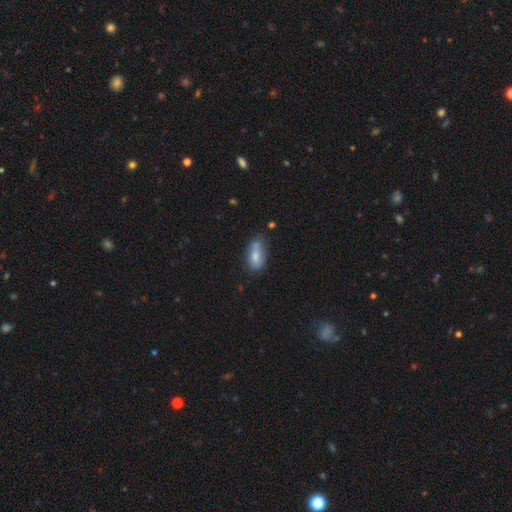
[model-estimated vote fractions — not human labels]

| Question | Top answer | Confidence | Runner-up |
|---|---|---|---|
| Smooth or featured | smooth | 73% | featured or disk (19%) |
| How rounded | in between | 85% | cigar-shaped (10%) |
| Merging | none | 45% | minor disturbance (31%) |